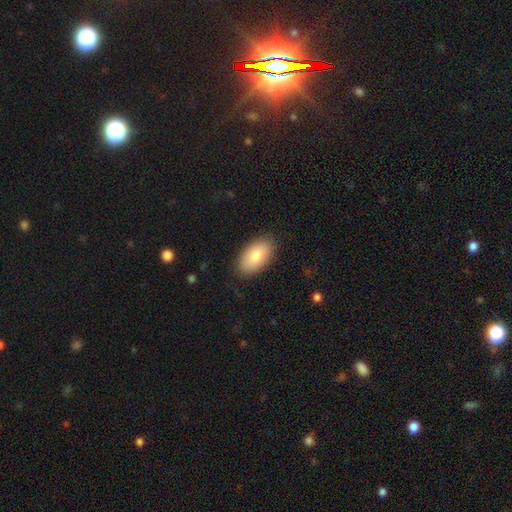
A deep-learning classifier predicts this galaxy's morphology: This is likely a smooth galaxy (80%). How rounded: clearly in between (95%). Merging: clearly none (86%).